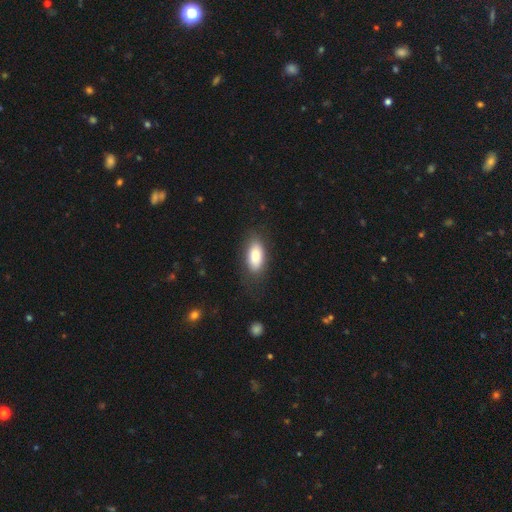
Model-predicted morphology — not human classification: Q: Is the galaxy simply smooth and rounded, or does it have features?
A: smooth — 80%.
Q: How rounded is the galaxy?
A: in between — 89%.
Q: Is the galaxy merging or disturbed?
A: none — 77%.